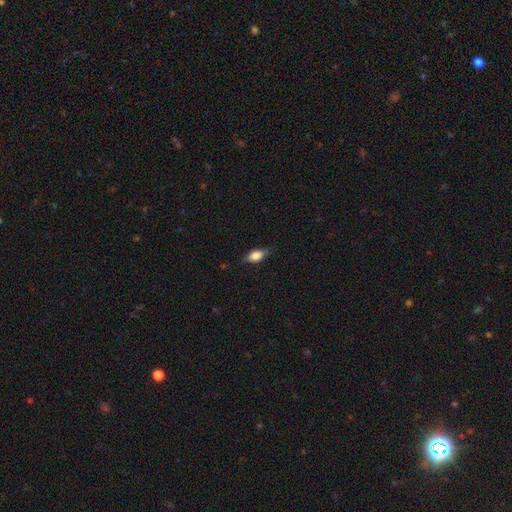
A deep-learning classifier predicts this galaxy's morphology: Smooth or featured: smooth — 70% (featured or disk — 22%)
How rounded: in between — 80% (cigar-shaped — 12%)
Merging: none — 77% (minor disturbance — 18%)